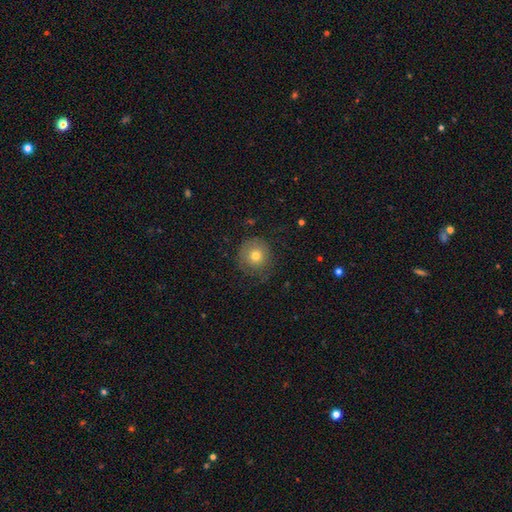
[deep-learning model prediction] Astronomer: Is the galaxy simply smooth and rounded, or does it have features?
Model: smooth — 71%.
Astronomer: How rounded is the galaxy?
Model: round — 93%.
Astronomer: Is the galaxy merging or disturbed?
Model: none — 73%.